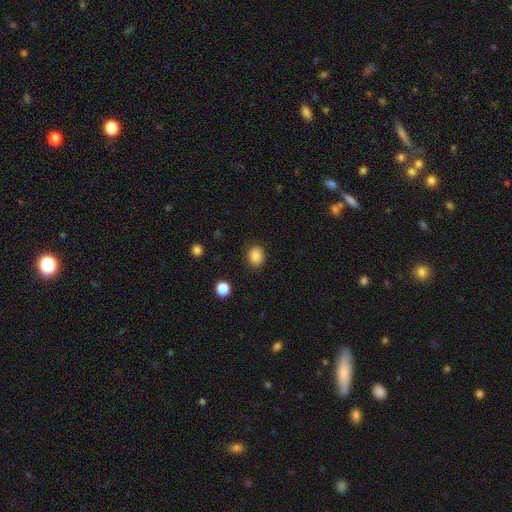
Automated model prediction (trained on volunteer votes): Smooth or featured?
  - smooth: 86% *
  - star or artifact: 10%
  - featured or disk: 4%
How rounded?
  - round: 64% *
  - in between: 35%
  - cigar-shaped: 1%
Merging?
  - none: 85% *
  - minor disturbance: 10%
  - major disturbance: 3%
  - merger: 1%